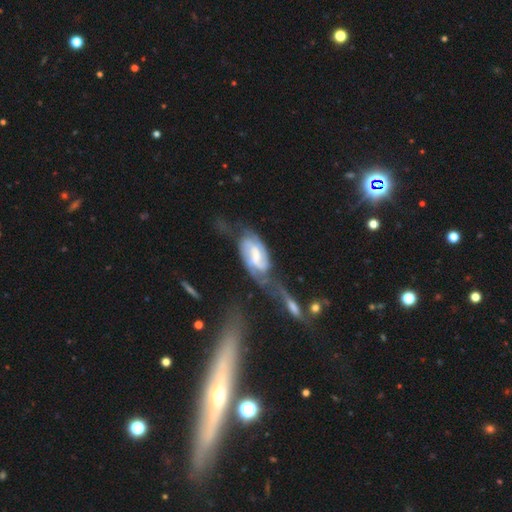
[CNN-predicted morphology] This appears to be a featured or disk galaxy (80%) with a weak bar (48%), 2 (80%) medium (43%) spiral arms (94%) and a small central bulge (36%, tied with moderate). Merging: none (30%).